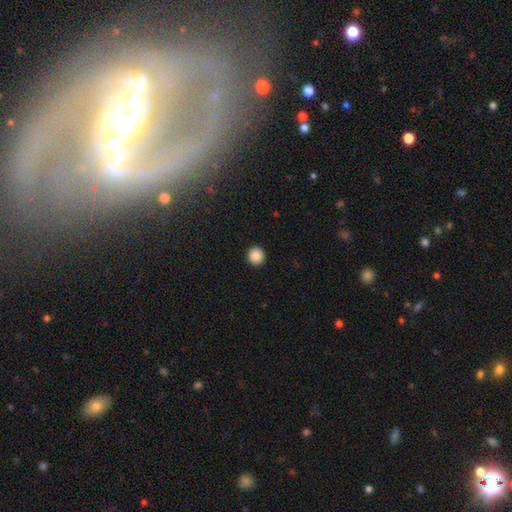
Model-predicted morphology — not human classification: smooth_or_featured: smooth (p=0.89) [alt: star or artifact p=0.09]
how_rounded: round (p=0.93) [alt: in between p=0.06]
merging: none (p=0.93) [alt: minor disturbance p=0.04]